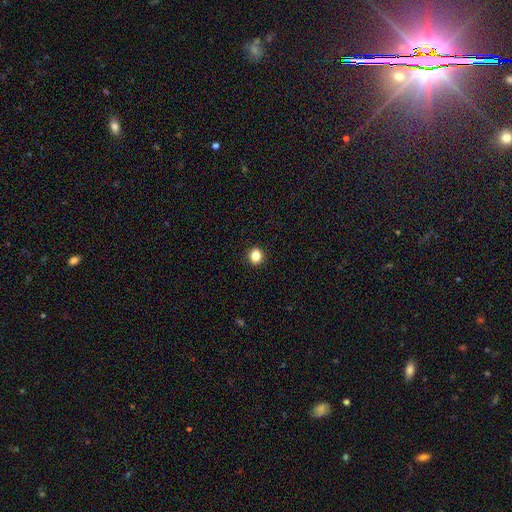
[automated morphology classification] This is clearly a smooth galaxy (84%). How rounded: likely round (71%). Merging: clearly none (92%).